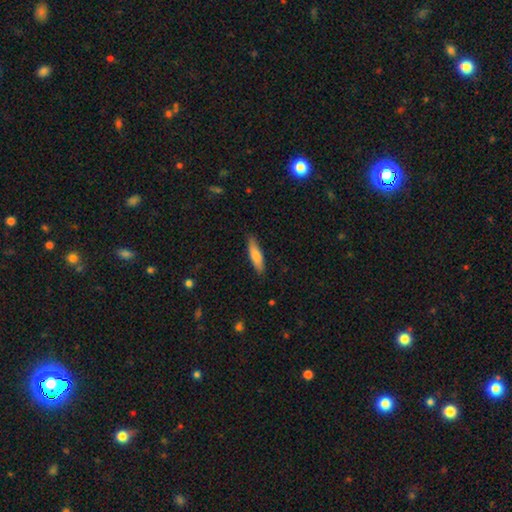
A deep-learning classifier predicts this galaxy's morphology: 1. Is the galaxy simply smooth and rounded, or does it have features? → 72% smooth, 22% featured or disk, 6% star or artifact.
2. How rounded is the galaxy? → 68% cigar-shaped, 30% in between, 2% round.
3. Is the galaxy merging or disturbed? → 86% none, 11% minor disturbance, 2% major disturbance, 1% merger.